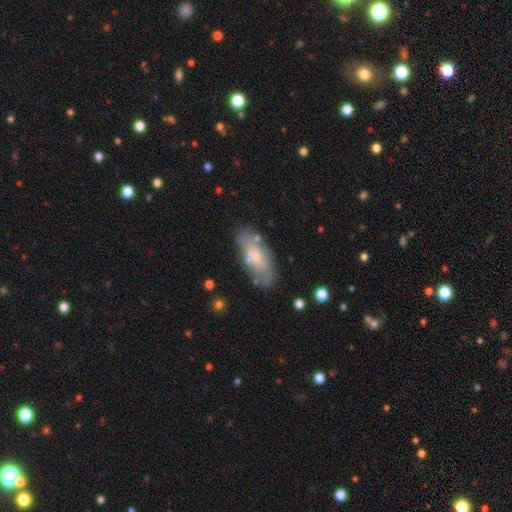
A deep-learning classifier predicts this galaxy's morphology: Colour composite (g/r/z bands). It shows a featured or disk galaxy (49%). Merging: none (69%).